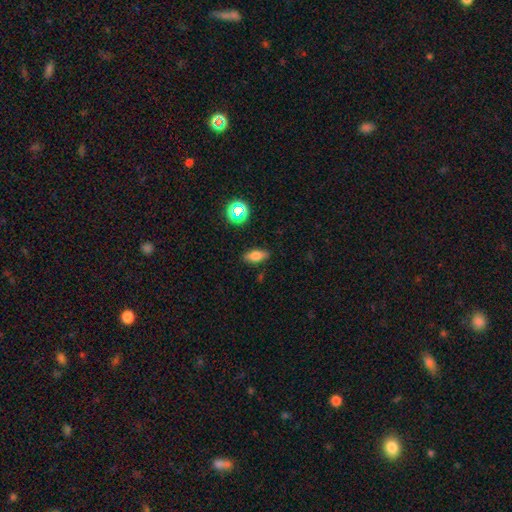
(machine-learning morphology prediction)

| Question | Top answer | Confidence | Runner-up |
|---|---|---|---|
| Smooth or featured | smooth | 73% | featured or disk (15%) |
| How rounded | in between | 82% | cigar-shaped (12%) |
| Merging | none | 85% | minor disturbance (11%) |